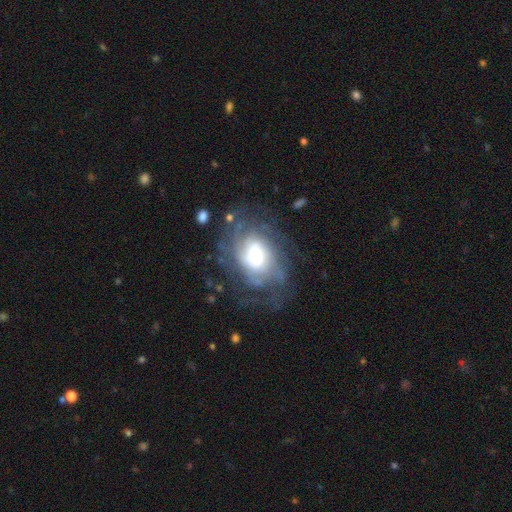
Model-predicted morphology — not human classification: Smooth or featured? featured or disk (77%)
Edge-on disk? no (96%)
Bar? no (71%)
Spiral arms? yes (88%)
Spiral winding? tight (51%)
Spiral arm count? can't tell (47%)
Bulge size? moderate (37%)
Merging? none (59%)